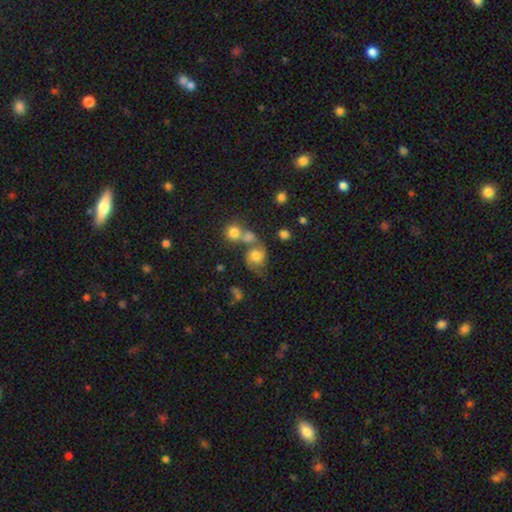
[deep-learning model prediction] The model was most divided on "merging": none: 37%, merger: 34%, minor disturbance: 17%, major disturbance: 12%. More confident: how rounded — round (65%); smooth or featured — smooth (52%).